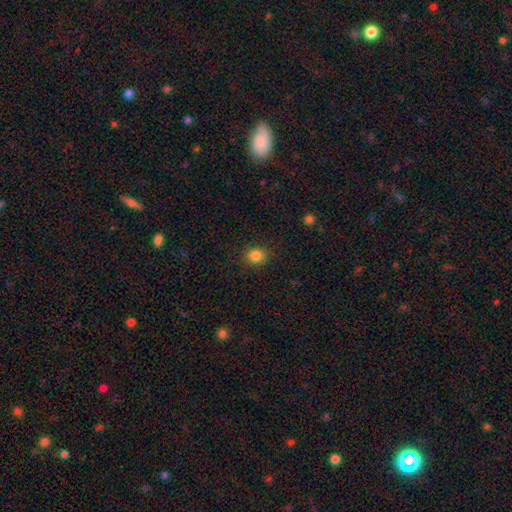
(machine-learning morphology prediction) Smooth or featured?
  - smooth: 85% *
  - star or artifact: 11%
  - featured or disk: 4%
How rounded?
  - round: 75% *
  - in between: 24%
  - cigar-shaped: 1%
Merging?
  - none: 88% *
  - minor disturbance: 9%
  - major disturbance: 3%
  - merger: 1%